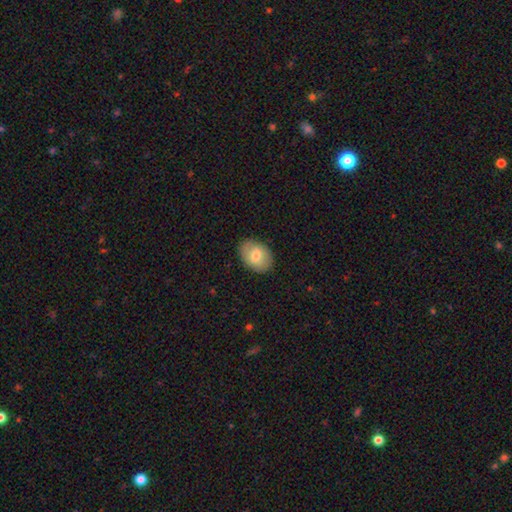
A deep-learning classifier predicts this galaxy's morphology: Smooth or featured: smooth — 73% (featured or disk — 21%)
How rounded: in between — 76% (round — 23%)
Merging: none — 86% (minor disturbance — 11%)